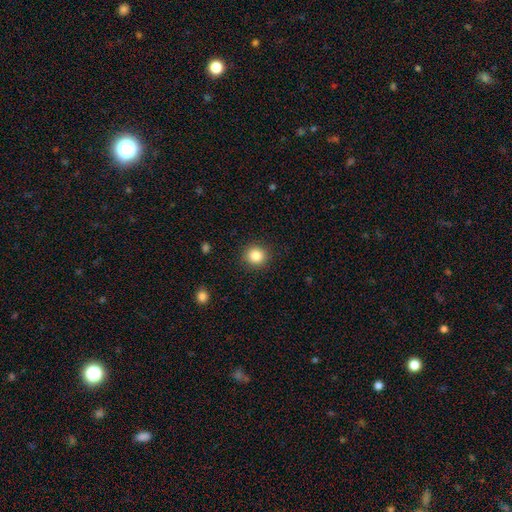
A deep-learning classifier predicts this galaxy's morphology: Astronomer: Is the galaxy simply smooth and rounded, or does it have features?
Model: smooth — 84%.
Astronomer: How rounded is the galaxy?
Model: round — 91%.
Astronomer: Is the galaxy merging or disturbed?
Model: none — 90%.